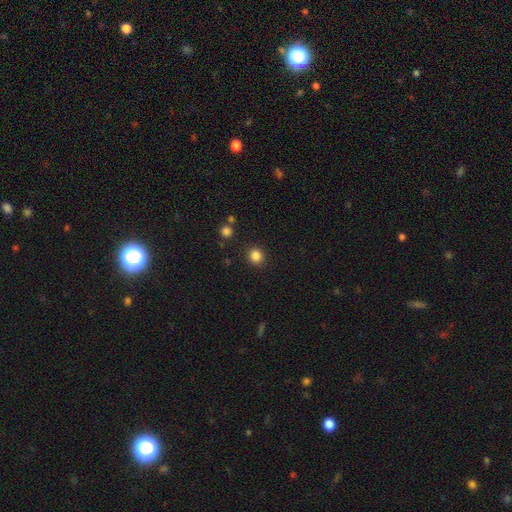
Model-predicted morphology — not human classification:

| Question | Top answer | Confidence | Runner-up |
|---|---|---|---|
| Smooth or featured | smooth | 85% | star or artifact (12%) |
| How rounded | round | 85% | in between (14%) |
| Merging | none | 89% | minor disturbance (7%) |